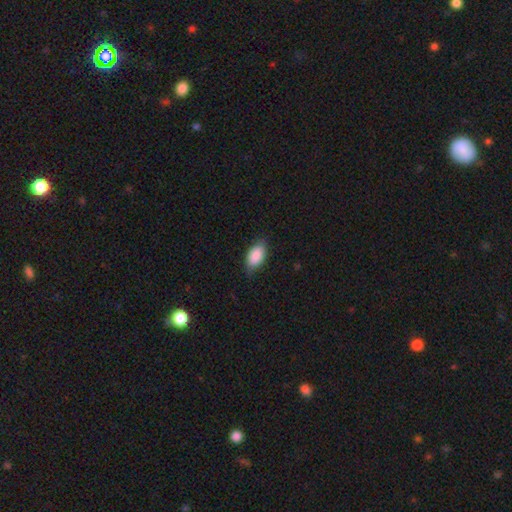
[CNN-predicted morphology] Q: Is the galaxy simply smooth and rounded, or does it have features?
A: smooth — 88%.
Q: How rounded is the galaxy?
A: in between — 93%.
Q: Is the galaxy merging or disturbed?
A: none — 77%.